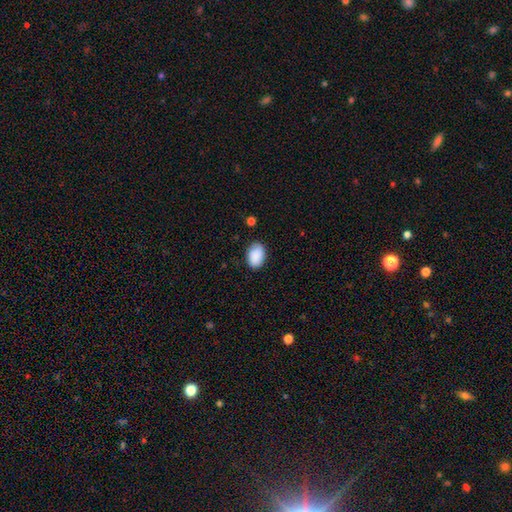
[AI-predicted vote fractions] smooth_or_featured: smooth (p=0.89) [alt: star or artifact p=0.07]
how_rounded: in between (p=0.86) [alt: round p=0.13]
merging: none (p=0.80) [alt: minor disturbance p=0.15]